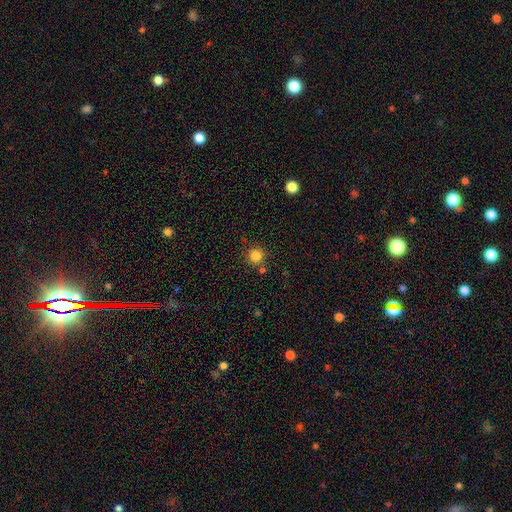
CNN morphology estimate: Smooth or featured? Predicted: smooth (p=0.84). How rounded? Predicted: round (p=0.95). Merging? Predicted: none (p=0.83).